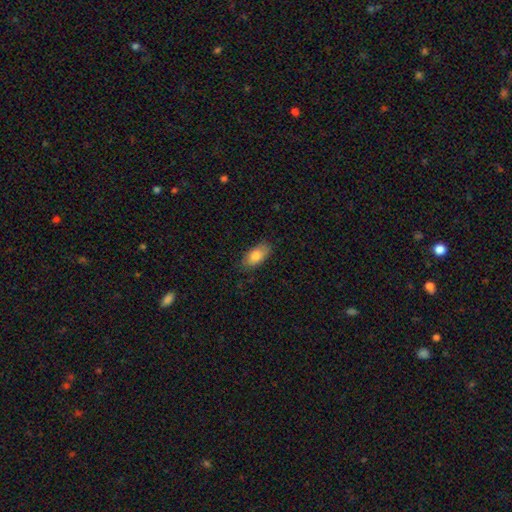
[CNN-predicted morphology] type=smooth (83%); roundness=in between (89%); merging=none (82%).